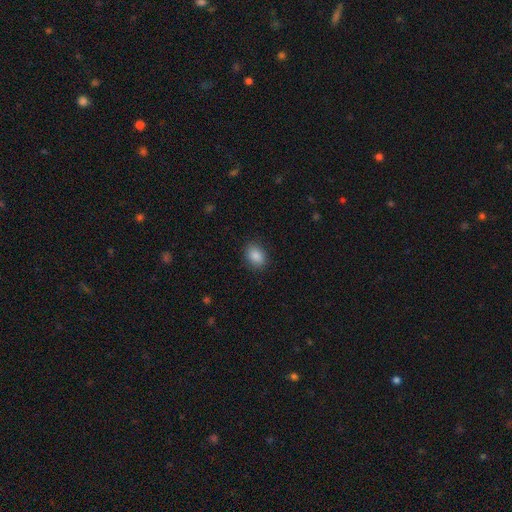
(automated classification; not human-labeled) smooth-or-featured: smooth: 87% | star or artifact: 8% | featured or disk: 5%
  how-rounded: in between: 66% | round: 33% | cigar-shaped: 1%
  merging: none: 87% | minor disturbance: 9% | major disturbance: 3% | merger: 1%